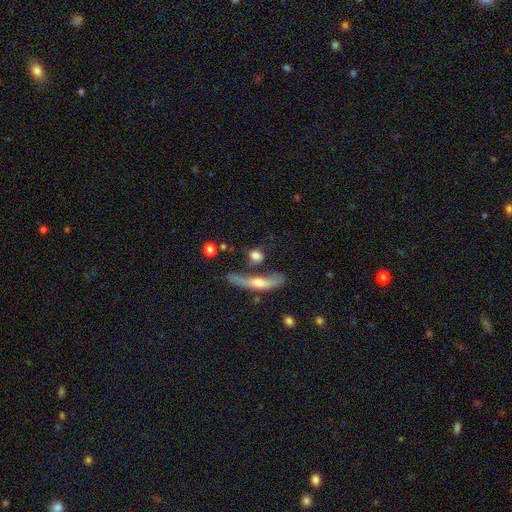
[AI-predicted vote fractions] A smooth galaxy with no disk features (69%) that is round (53%). Merging: none (52%).